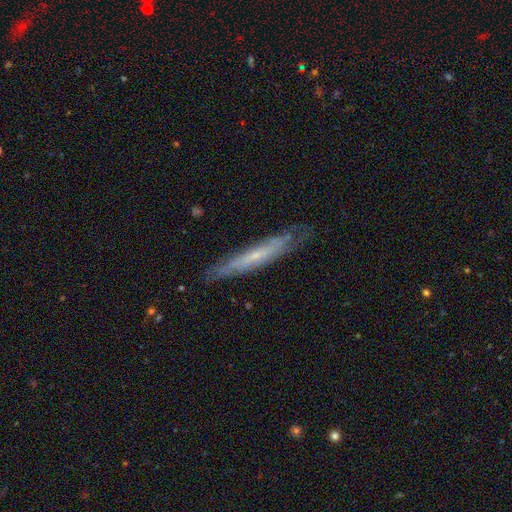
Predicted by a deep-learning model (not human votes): This is likely a featured or disk galaxy (62%). It is likely viewed edge-on (70%). Merging: likely none (78%).